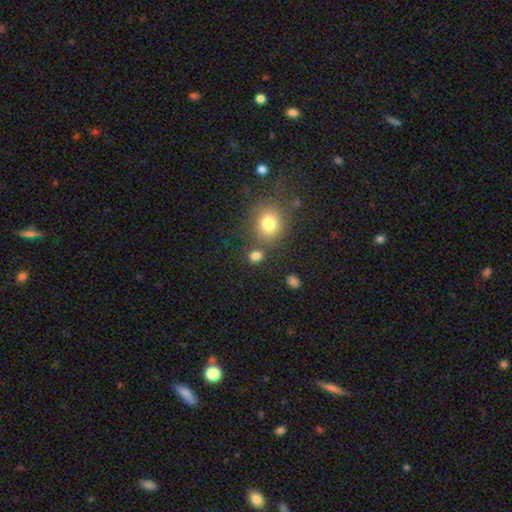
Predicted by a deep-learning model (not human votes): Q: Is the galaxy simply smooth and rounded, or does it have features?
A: smooth — 79%.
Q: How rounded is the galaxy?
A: round — 70%.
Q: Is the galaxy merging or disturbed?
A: none — 71%.